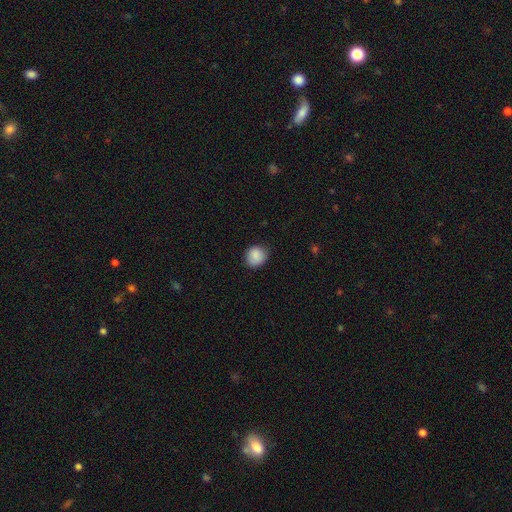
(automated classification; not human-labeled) The model was most divided on "how rounded": round: 78%, in between: 21%, cigar-shaped: 1%. More confident: smooth or featured — smooth (88%); merging — none (81%).